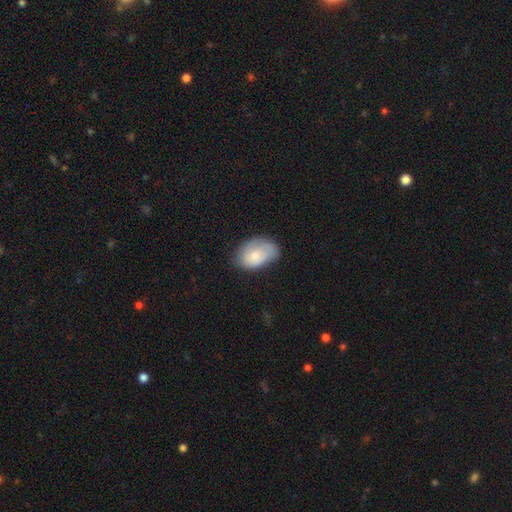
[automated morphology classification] smooth_or_featured: smooth (p=0.70) [alt: featured or disk p=0.23]
how_rounded: in between (p=0.88) [alt: round p=0.11]
merging: none (p=0.52) [alt: minor disturbance p=0.34]